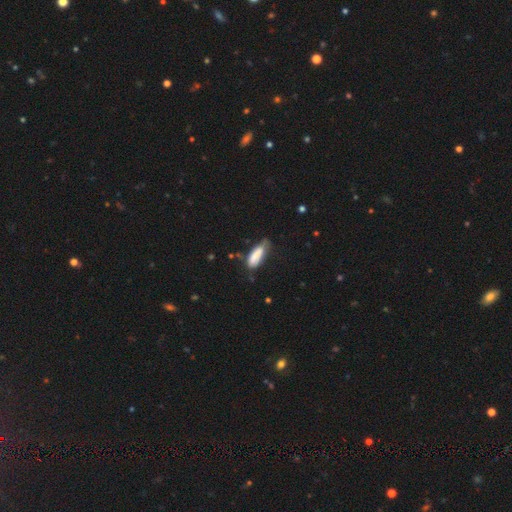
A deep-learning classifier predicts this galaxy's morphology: A smooth galaxy with no disk features (82%) that is in between round and cigar-shaped (58%).

Vote fractions:
- Smooth or featured? smooth: 82% / featured or disk: 11% / star or artifact: 7%
- How rounded? in between: 58% / cigar-shaped: 41% / round: 2%
- Merging? none: 54% / minor disturbance: 33% / major disturbance: 9% / merger: 4%